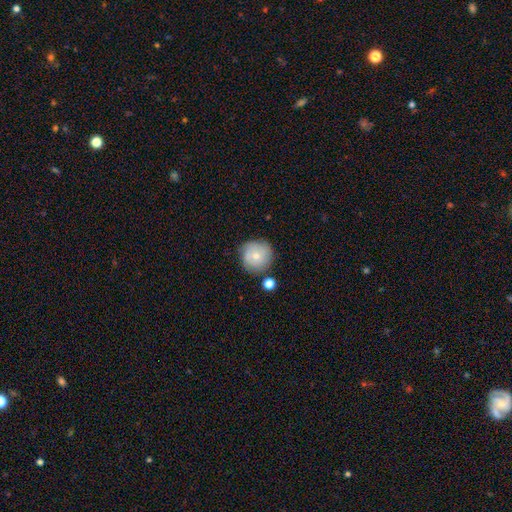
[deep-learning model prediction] Morphology: type=smooth (67%); roundness=round (94%); merging=none (75%).